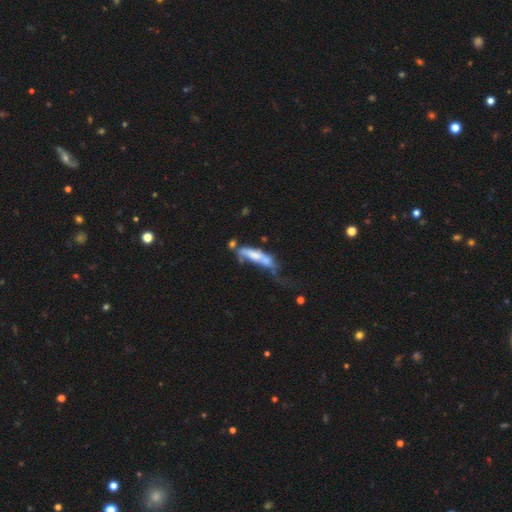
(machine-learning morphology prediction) smooth-or-featured: smooth: 51% | featured or disk: 40% | star or artifact: 9%
  how-rounded: cigar-shaped: 64% | in between: 34% | round: 2%
  merging: major disturbance: 36% | merger: 29% | minor disturbance: 18% | none: 17%